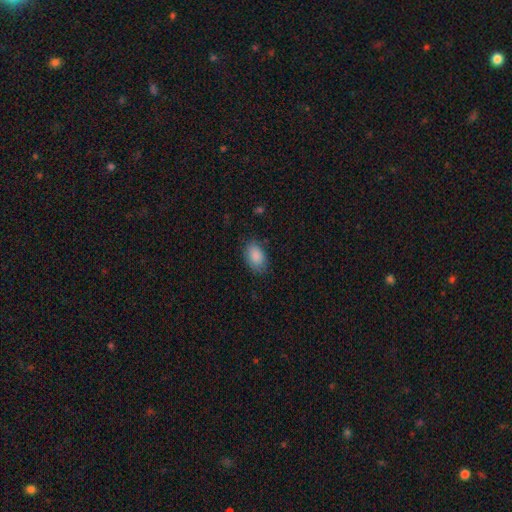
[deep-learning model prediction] Q: Smooth or featured?
A: smooth (88%); runner-up: star or artifact (7%)
Q: How rounded?
A: in between (89%); runner-up: round (9%)
Q: Merging?
A: none (79%); runner-up: minor disturbance (16%)